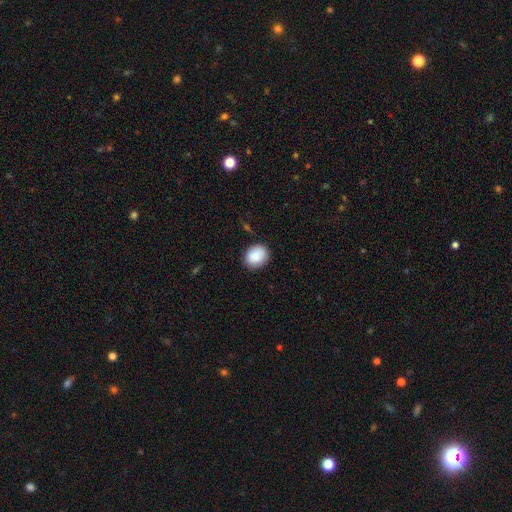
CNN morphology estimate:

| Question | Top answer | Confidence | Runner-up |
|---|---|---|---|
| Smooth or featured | smooth | 88% | star or artifact (7%) |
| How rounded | round | 52% | in between (47%) |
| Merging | none | 83% | minor disturbance (13%) |